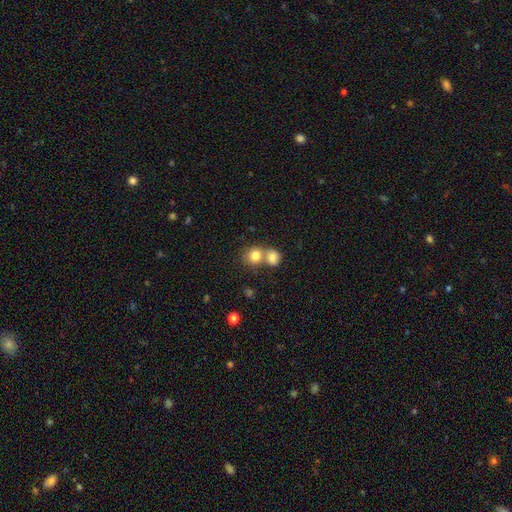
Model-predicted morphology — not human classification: smooth 81%, star or artifact 10%, featured or disk 9%. Down the decision tree: how rounded — round (77%); merging — merger (52%).